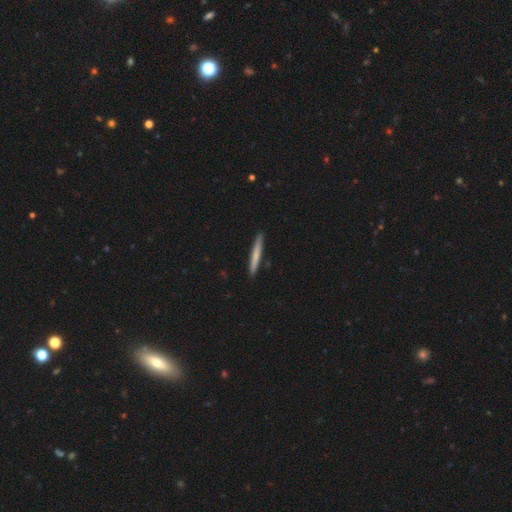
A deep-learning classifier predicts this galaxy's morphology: A smooth galaxy with no disk features (68%) that is cigar-shaped (96%). Merging: none (91%).